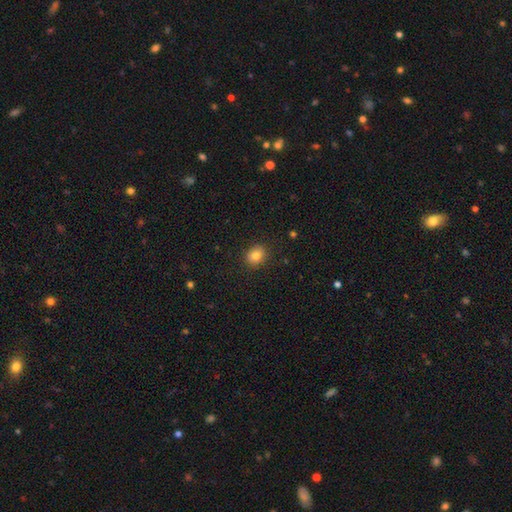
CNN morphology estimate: Smooth or featured?
  - smooth: 82% *
  - star or artifact: 10%
  - featured or disk: 7%
How rounded?
  - round: 57% *
  - in between: 43%
  - cigar-shaped: 1%
Merging?
  - none: 88% *
  - minor disturbance: 9%
  - major disturbance: 2%
  - merger: 1%